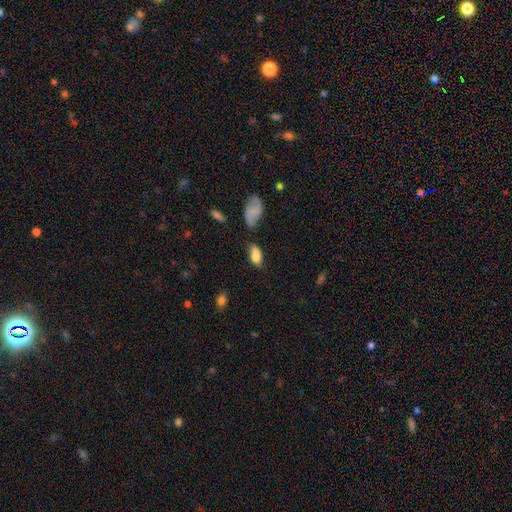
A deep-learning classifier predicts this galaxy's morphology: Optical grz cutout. It shows a smooth galaxy with no disk features (81%) that is in between round and cigar-shaped (87%). Merging: none (55%).